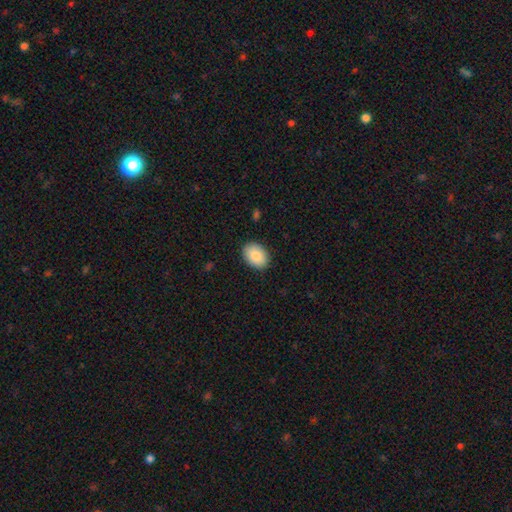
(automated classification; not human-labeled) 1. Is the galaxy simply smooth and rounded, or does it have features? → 85% smooth, 8% featured or disk, 7% star or artifact.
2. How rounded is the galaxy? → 79% in between, 20% round, 1% cigar-shaped.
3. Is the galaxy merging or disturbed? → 89% none, 8% minor disturbance, 2% major disturbance, 1% merger.